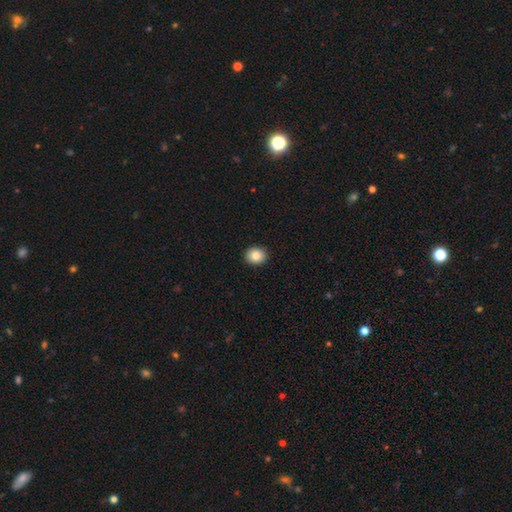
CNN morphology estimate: A smooth galaxy with no disk features (84%) that is round (71%). Merging: none (92%).